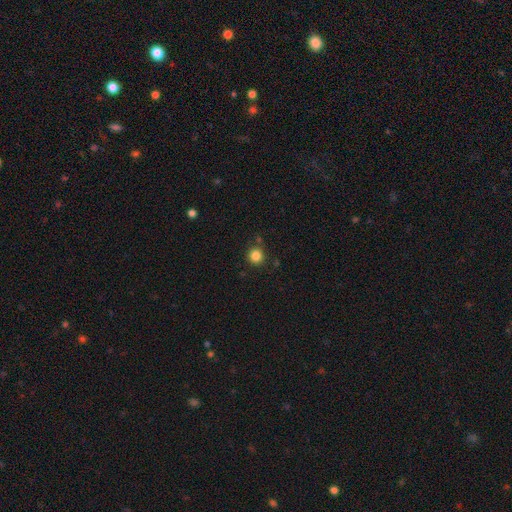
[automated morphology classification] The model was most divided on "smooth or featured": smooth: 84%, star or artifact: 12%, featured or disk: 4%. More confident: how rounded — round (93%); merging — none (84%).